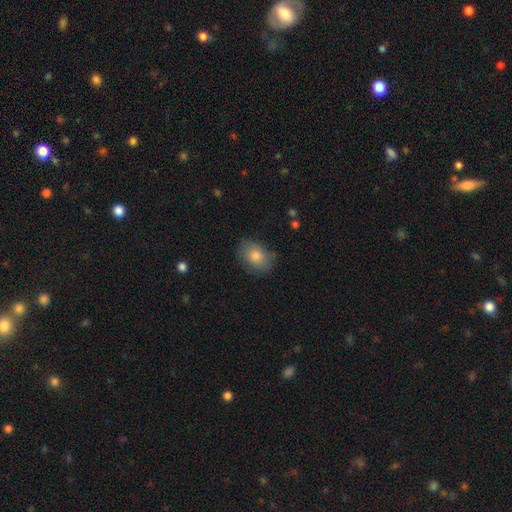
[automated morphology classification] A smooth galaxy with no disk features (79%) that is in between round and cigar-shaped (71%).

Vote fractions:
- Smooth or featured? smooth: 79% / featured or disk: 12% / star or artifact: 9%
- How rounded? in between: 71% / round: 28% / cigar-shaped: 1%
- Merging? none: 79% / minor disturbance: 16% / major disturbance: 4% / merger: 1%